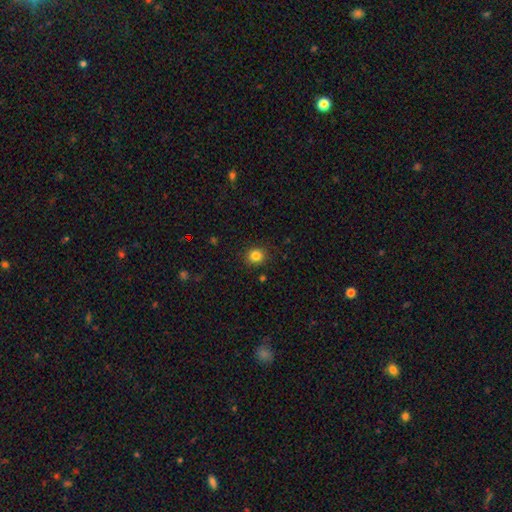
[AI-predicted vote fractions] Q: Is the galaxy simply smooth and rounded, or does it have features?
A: smooth — 83%.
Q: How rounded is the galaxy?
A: round — 84%.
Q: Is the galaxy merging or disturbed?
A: none — 88%.